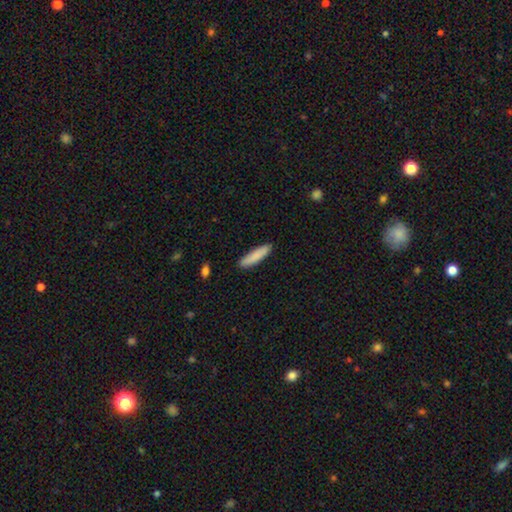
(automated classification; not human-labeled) This is clearly a smooth galaxy (85%). How rounded: clearly cigar-shaped (82%). Merging: clearly none (88%).